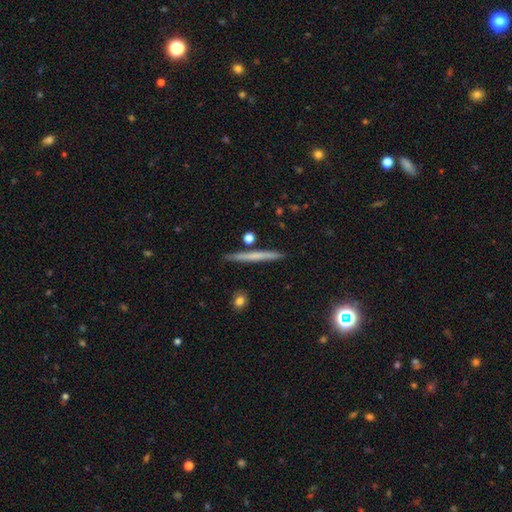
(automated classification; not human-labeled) A smooth galaxy with no disk features (52%) that is cigar-shaped (96%).

Vote fractions:
- Smooth or featured? smooth: 52% / featured or disk: 41% / star or artifact: 7%
- How rounded? cigar-shaped: 96% / in between: 2% / round: 2%
- Merging? none: 88% / minor disturbance: 7% / merger: 3% / major disturbance: 2%